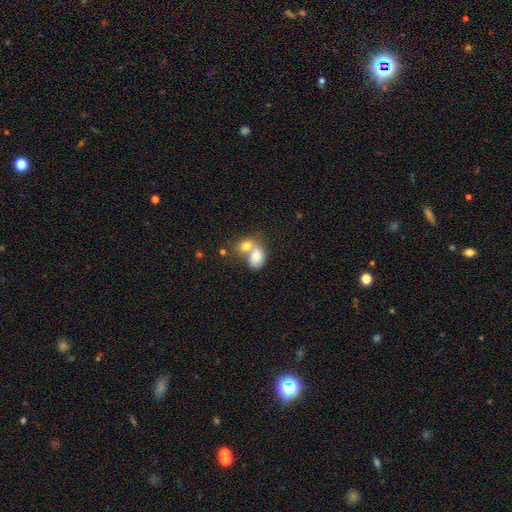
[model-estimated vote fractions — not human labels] Smooth or featured?
  - smooth: 73% *
  - featured or disk: 19%
  - star or artifact: 8%
How rounded?
  - in between: 70% *
  - round: 28%
  - cigar-shaped: 1%
Merging?
  - merger: 73% *
  - none: 15%
  - minor disturbance: 7%
  - major disturbance: 5%